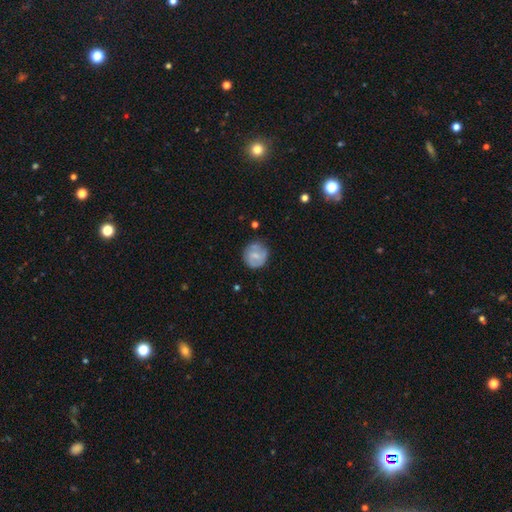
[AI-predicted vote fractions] Smooth or featured: smooth — 54% (featured or disk — 39%)
How rounded: round — 86% (in between — 13%)
Merging: none — 71% (minor disturbance — 20%)